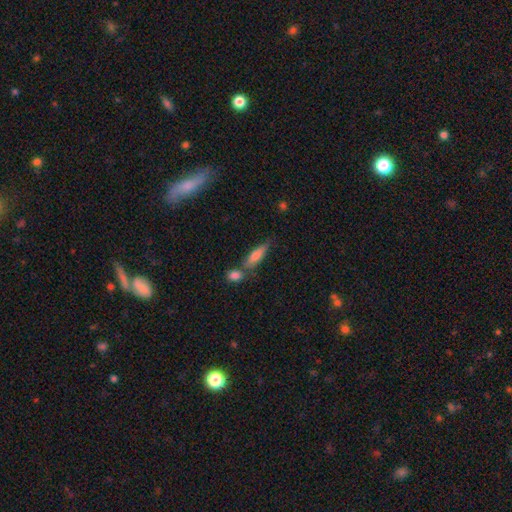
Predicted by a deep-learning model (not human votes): The model was most divided on "merging": none: 58%, merger: 24%, minor disturbance: 14%, major disturbance: 4%. More confident: how rounded — cigar-shaped (66%); smooth or featured — smooth (65%).